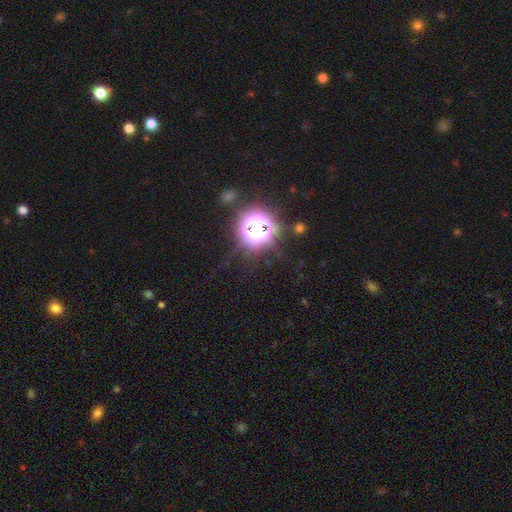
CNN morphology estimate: star or artifact 82%, smooth 13%, featured or disk 5%.